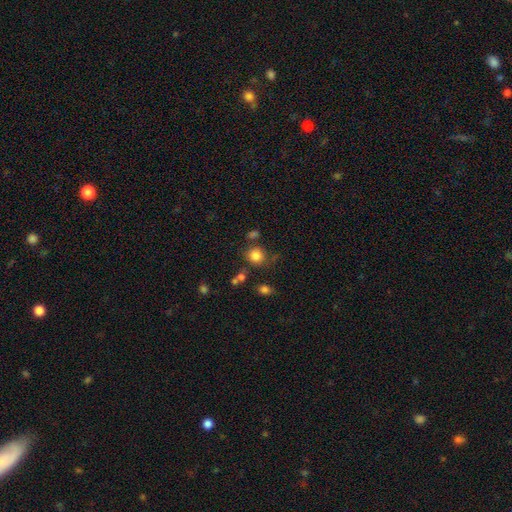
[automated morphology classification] smooth 82%, star or artifact 12%, featured or disk 6%. Down the decision tree: how rounded — round (84%); merging — none (72%).